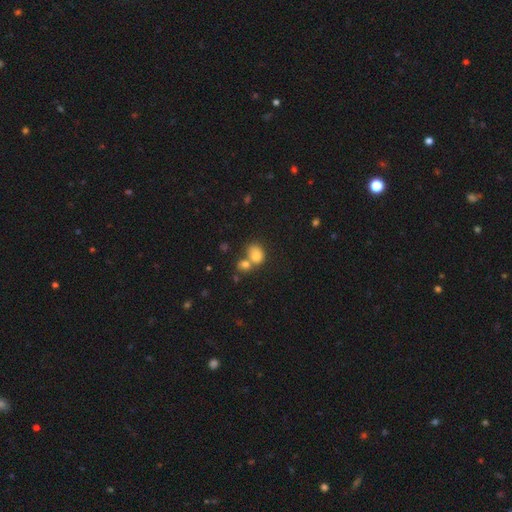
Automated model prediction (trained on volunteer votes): Smooth or featured? smooth (78%)
How rounded? in between (57%)
Merging? merger (51%)